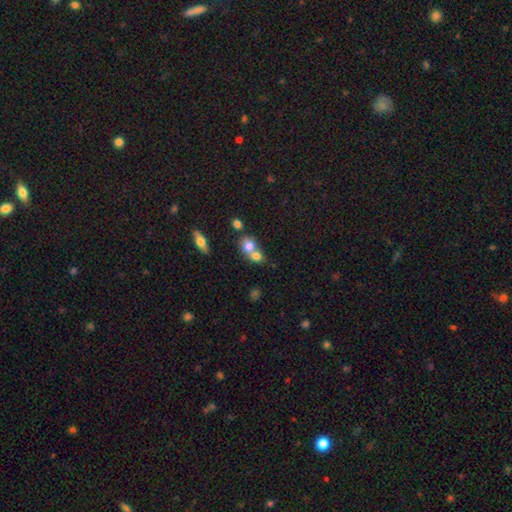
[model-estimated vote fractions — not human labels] Smooth or featured? Predicted: smooth (p=0.71). How rounded? Predicted: round (p=0.70). Merging? Predicted: merger (p=0.65).